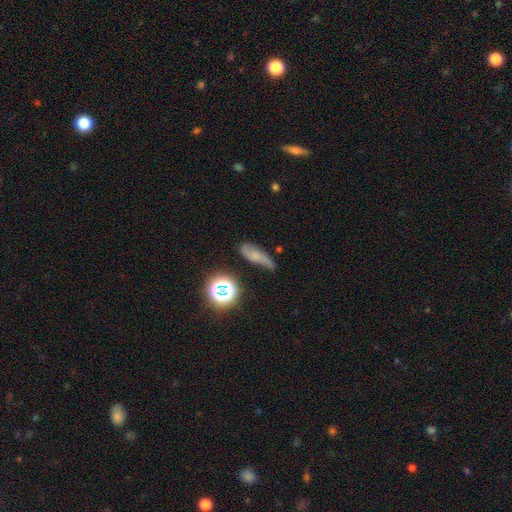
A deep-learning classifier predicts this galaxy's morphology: Smooth or featured?
  - smooth: 52% *
  - featured or disk: 32%
  - star or artifact: 16%
How rounded?
  - in between: 50% *
  - cigar-shaped: 39%
  - round: 11%
Merging?
  - none: 54% *
  - minor disturbance: 31%
  - major disturbance: 10%
  - merger: 4%